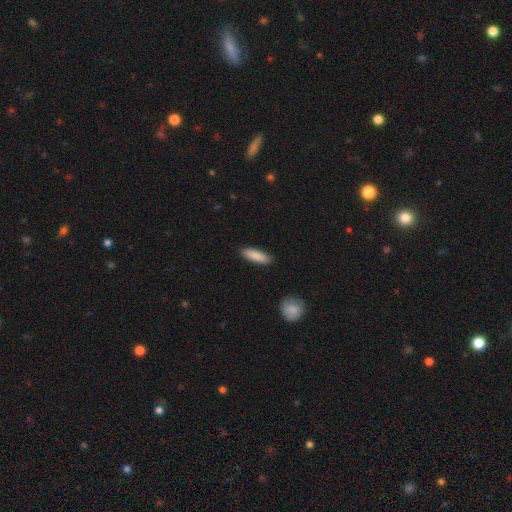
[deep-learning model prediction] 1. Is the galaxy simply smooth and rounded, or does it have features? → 88% smooth, 7% featured or disk, 6% star or artifact.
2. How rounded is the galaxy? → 54% cigar-shaped, 45% in between, 2% round.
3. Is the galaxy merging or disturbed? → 89% none, 8% minor disturbance, 2% major disturbance, 1% merger.